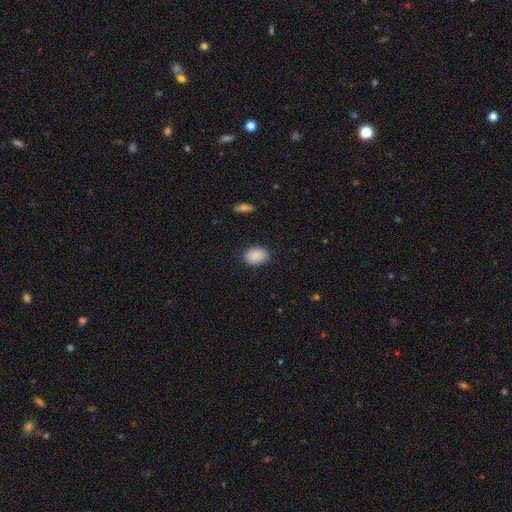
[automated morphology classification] type=smooth (90%); roundness=in between (77%); merging=none (88%).